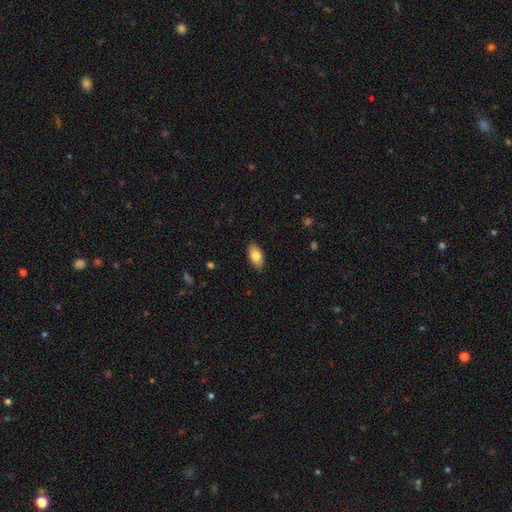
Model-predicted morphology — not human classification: This appears to be a smooth galaxy with no disk features (81%) that is in between round and cigar-shaped (91%). Merging: none (87%).